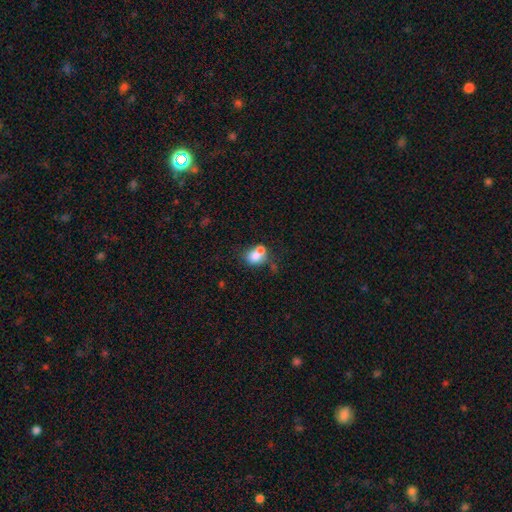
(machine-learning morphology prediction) Smooth or featured? Predicted: smooth (p=0.70). How rounded? Predicted: in between (p=0.57). Merging? Predicted: merger (p=0.58).